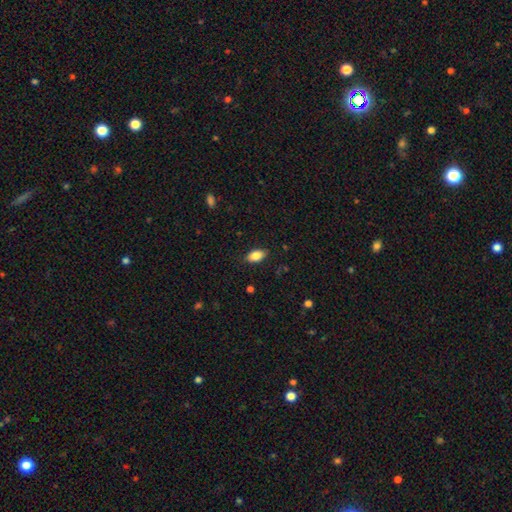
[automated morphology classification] A smooth galaxy with no disk features (85%) that is in between round and cigar-shaped (92%).

Vote fractions:
- Smooth or featured? smooth: 85% / star or artifact: 8% / featured or disk: 7%
- How rounded? in between: 92% / round: 5% / cigar-shaped: 4%
- Merging? none: 86% / minor disturbance: 11% / major disturbance: 2% / merger: 1%